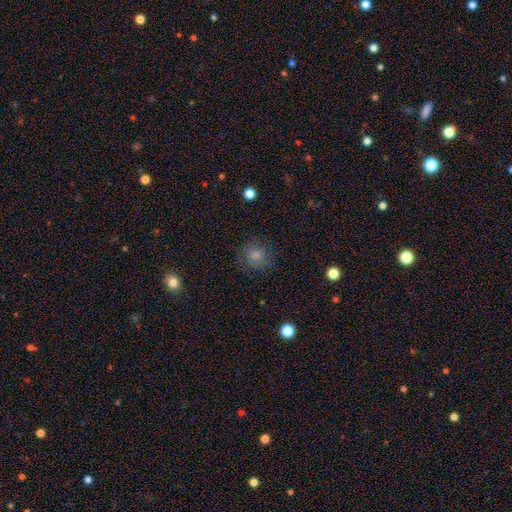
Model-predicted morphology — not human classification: Overall: smooth (78%). How rounded: round (88%). Merging: none (80%).